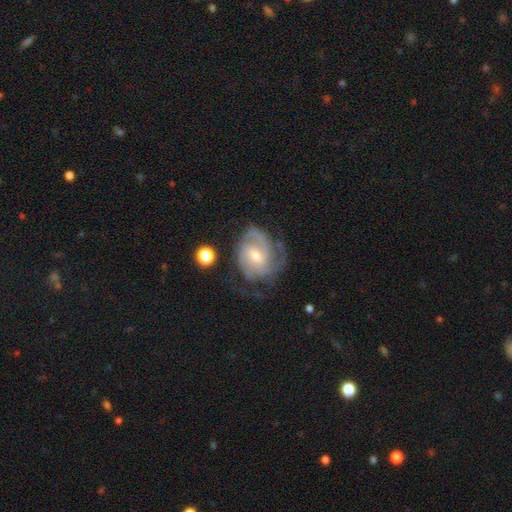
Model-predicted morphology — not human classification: This appears to be a featured or disk galaxy (85%) with a weak bar (53%), 2 (34%) tight (51%) spiral arms (95%) and a small central bulge (49%). Merging: none (54%).